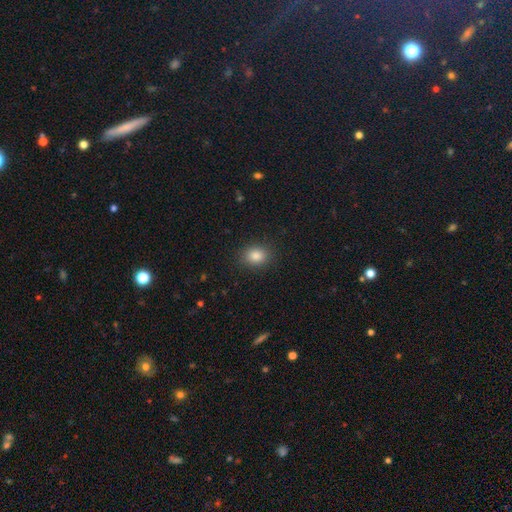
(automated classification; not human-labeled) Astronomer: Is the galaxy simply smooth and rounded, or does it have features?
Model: smooth — 85%.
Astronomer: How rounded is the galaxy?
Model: round — 50% (runner-up: in between, 49%).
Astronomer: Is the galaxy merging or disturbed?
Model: none — 88%.